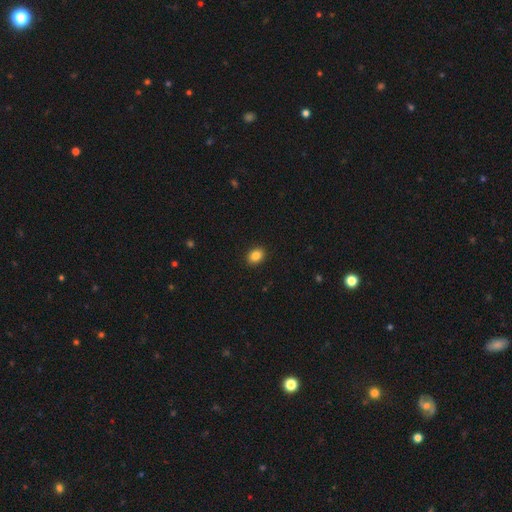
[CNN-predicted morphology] Overall: smooth (86%). How rounded: in between (58%; round 41%). Merging: none (91%).